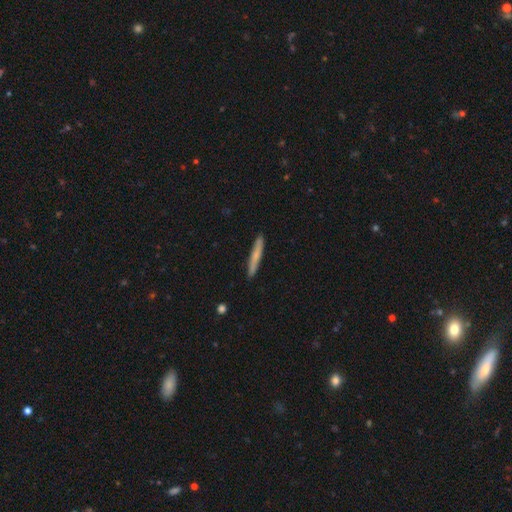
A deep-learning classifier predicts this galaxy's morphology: smooth_or_featured: smooth (p=0.65) [alt: featured or disk p=0.29]
how_rounded: cigar-shaped (p=0.95) [alt: in between p=0.03]
merging: none (p=0.90) [alt: minor disturbance p=0.07]